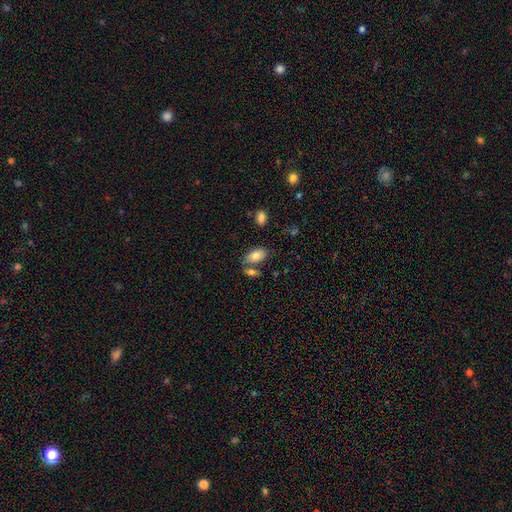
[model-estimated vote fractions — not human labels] Smooth or featured? smooth (82%)
How rounded? in between (93%)
Merging? none (59%)